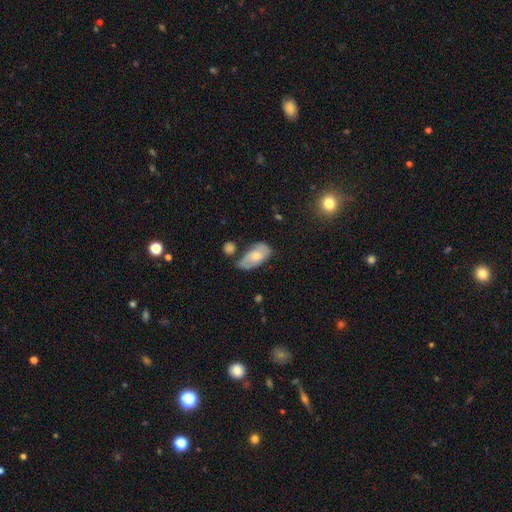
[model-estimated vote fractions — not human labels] A smooth galaxy with no disk features (58%) that is in between round and cigar-shaped (92%). Merging: none (44%).